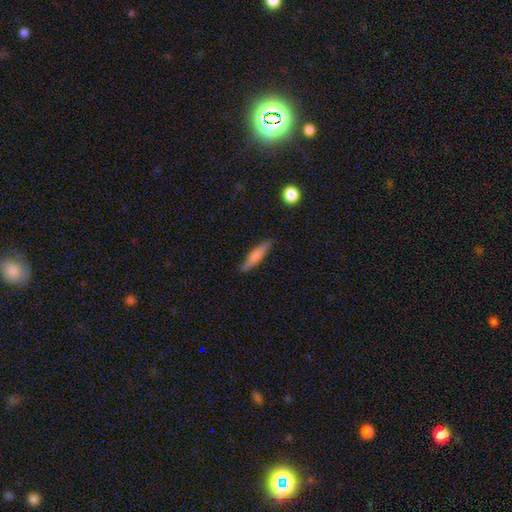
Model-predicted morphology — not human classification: Smooth or featured? smooth (73%)
How rounded? cigar-shaped (86%)
Merging? none (83%)